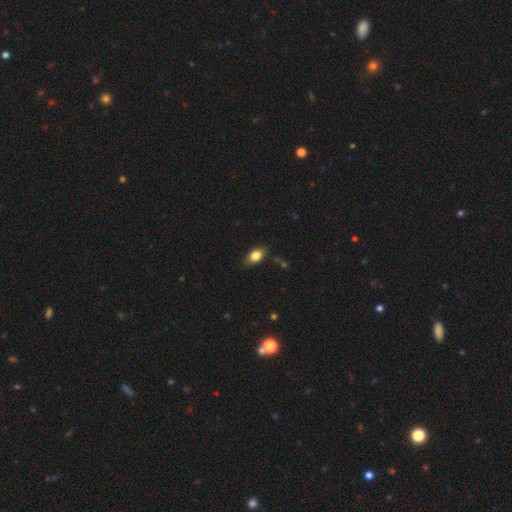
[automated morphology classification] The model was most divided on "merging": none: 83%, minor disturbance: 13%, major disturbance: 3%, merger: 2%. More confident: how rounded — in between (86%); smooth or featured — smooth (84%).